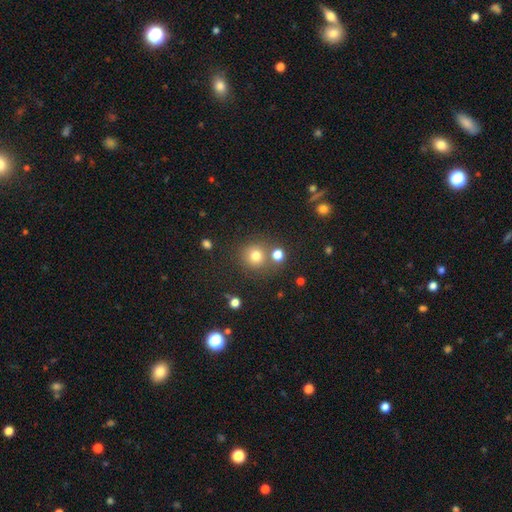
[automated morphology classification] smooth_or_featured: smooth (p=0.75) [alt: star or artifact p=0.17]
how_rounded: round (p=0.92) [alt: in between p=0.07]
merging: none (p=0.73) [alt: merger p=0.15]